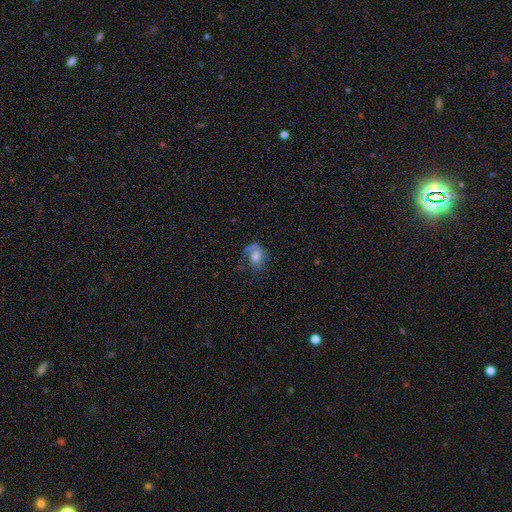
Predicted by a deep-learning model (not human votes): Smooth or featured? Predicted: featured or disk (p=0.50). Edge-on disk? Predicted: no (p=0.96). Merging? Predicted: none (p=0.42).